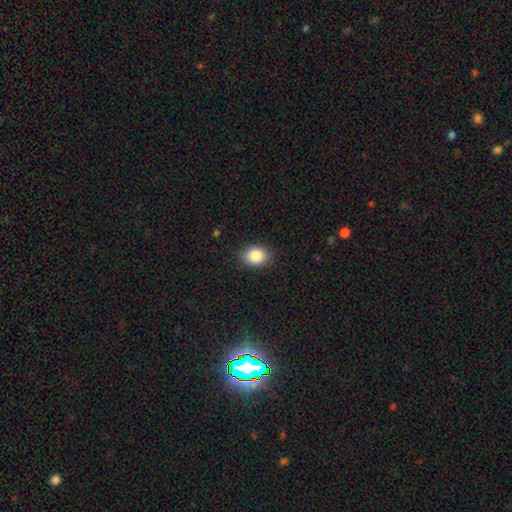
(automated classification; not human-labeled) smooth-or-featured: smooth: 87% | star or artifact: 9% | featured or disk: 4%
  how-rounded: in between: 54% | round: 45% | cigar-shaped: 1%
  merging: none: 87% | minor disturbance: 9% | major disturbance: 2% | merger: 1%